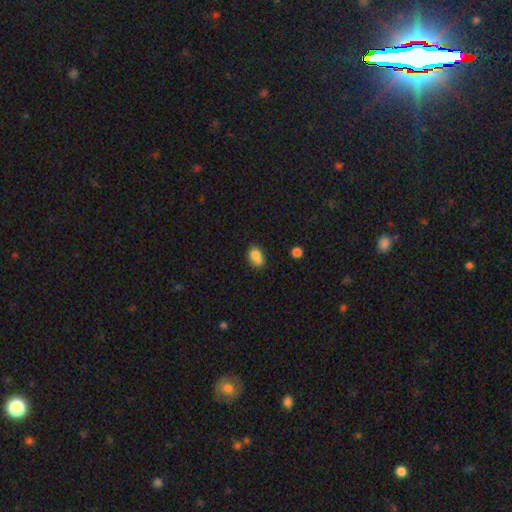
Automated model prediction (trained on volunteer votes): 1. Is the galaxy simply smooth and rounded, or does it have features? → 78% smooth, 12% featured or disk, 10% star or artifact.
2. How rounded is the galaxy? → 76% in between, 22% round, 2% cigar-shaped.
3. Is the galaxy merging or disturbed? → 49% none, 25% merger, 21% minor disturbance, 6% major disturbance.